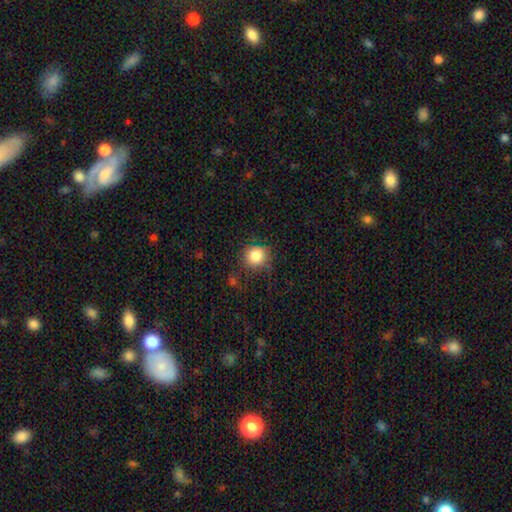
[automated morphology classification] The model was most divided on "merging": none: 71%, minor disturbance: 19%, major disturbance: 7%, merger: 3%. More confident: how rounded — round (88%); smooth or featured — smooth (84%).